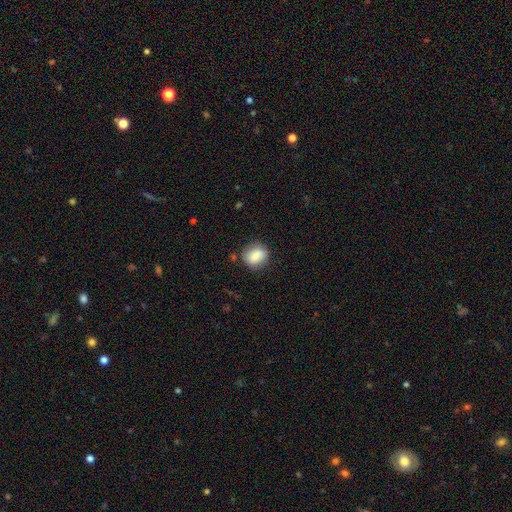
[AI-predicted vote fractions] The model was most divided on "how rounded": round: 61%, in between: 38%, cigar-shaped: 1%. More confident: smooth or featured — smooth (81%); merging — none (78%).